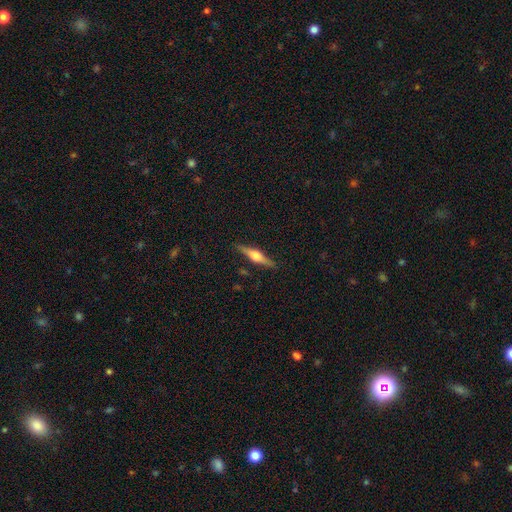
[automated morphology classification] Smooth or featured? featured or disk (72%)
Edge-on disk? yes (98%)
Edge-on bulge? rounded (93%)
Merging? none (89%)